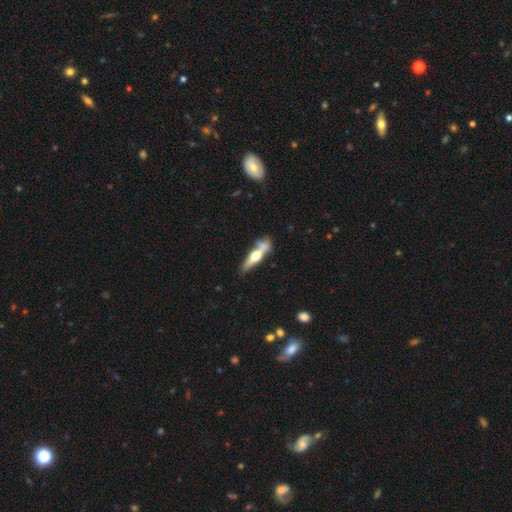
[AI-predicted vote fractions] Smooth or featured? Predicted: featured or disk (p=0.58). Edge-on disk? Predicted: yes (p=0.90). Edge-on bulge? Predicted: rounded (p=0.93). Merging? Predicted: none (p=0.56).